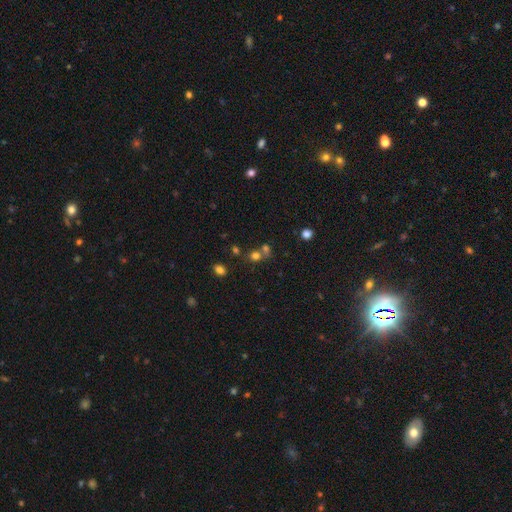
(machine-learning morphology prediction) Smooth or featured? Predicted: smooth (p=0.68). How rounded? Predicted: round (p=0.79). Merging? Predicted: none (p=0.48).